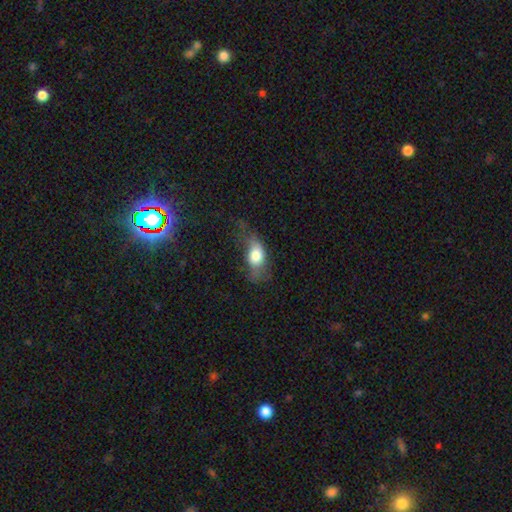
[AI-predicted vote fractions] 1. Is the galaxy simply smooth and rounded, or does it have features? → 71% smooth, 21% featured or disk, 9% star or artifact.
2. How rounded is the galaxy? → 80% in between, 13% round, 6% cigar-shaped.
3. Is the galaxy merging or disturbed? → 34% none, 31% minor disturbance, 31% major disturbance, 3% merger.